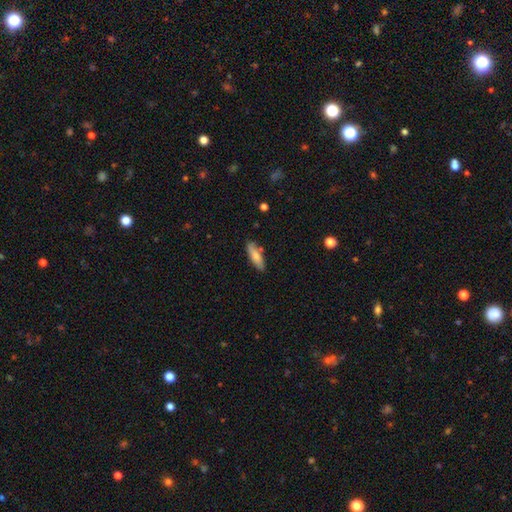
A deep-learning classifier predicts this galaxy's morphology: Q: Smooth or featured?
A: smooth (75%); runner-up: featured or disk (18%)
Q: How rounded?
A: in between (51%); runner-up: cigar-shaped (47%)
Q: Merging?
A: none (78%); runner-up: minor disturbance (16%)